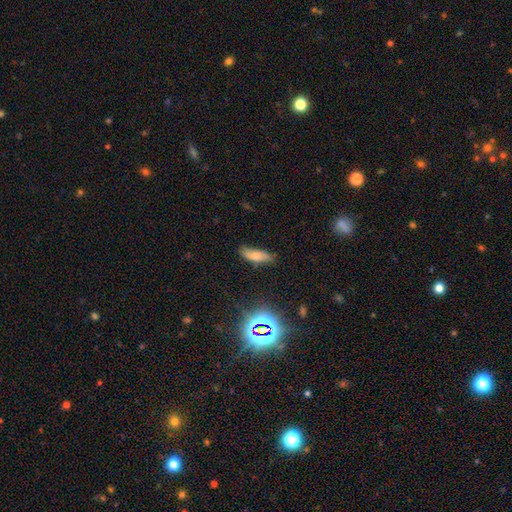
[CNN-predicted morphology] type=smooth (71%); roundness=in between (59%); merging=none (69%).